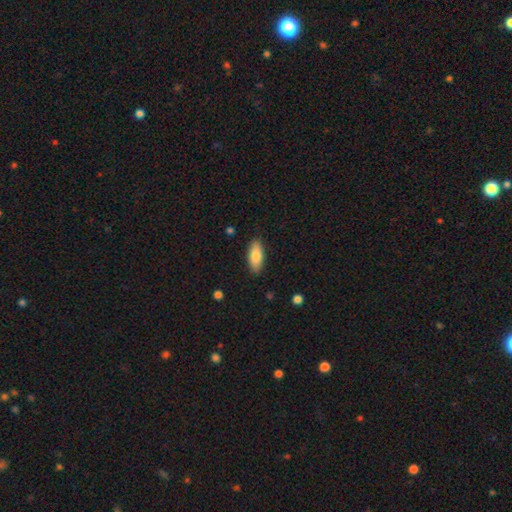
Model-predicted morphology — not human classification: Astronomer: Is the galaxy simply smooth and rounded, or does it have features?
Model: smooth — 84%.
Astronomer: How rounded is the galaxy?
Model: in between — 83%.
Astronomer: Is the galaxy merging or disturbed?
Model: none — 87%.